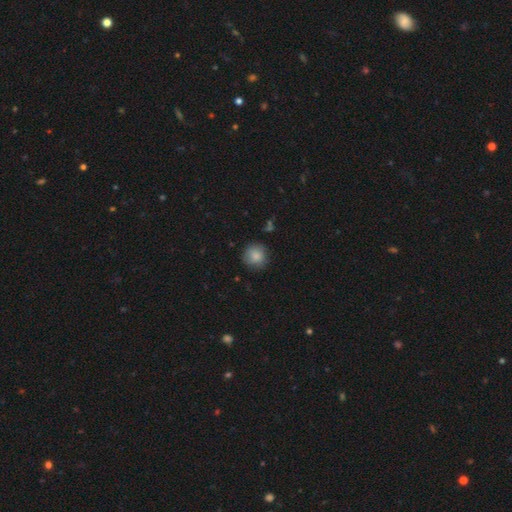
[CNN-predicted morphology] This is clearly a smooth galaxy (85%). How rounded: clearly round (91%). Merging: clearly none (81%).